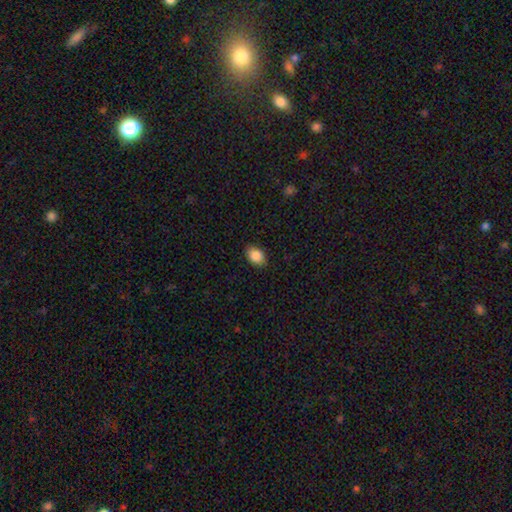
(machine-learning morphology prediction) Smooth or featured? smooth (87%)
How rounded? in between (80%)
Merging? none (88%)